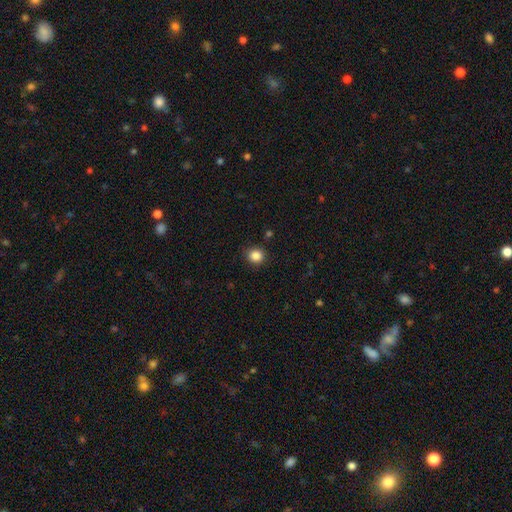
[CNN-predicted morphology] type=smooth (86%); roundness=round (84%); merging=none (87%).